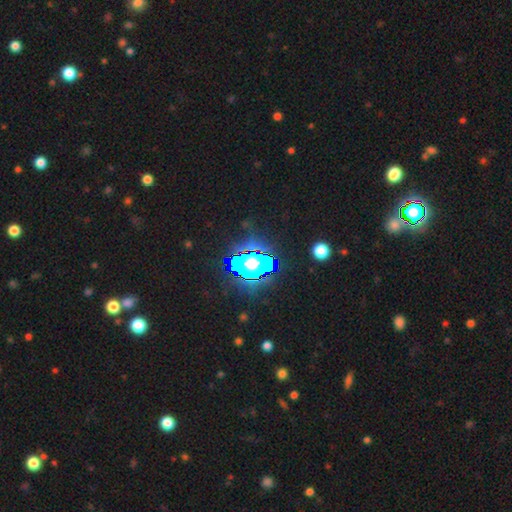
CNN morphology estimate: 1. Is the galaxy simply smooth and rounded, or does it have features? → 71% star or artifact, 17% smooth, 13% featured or disk.